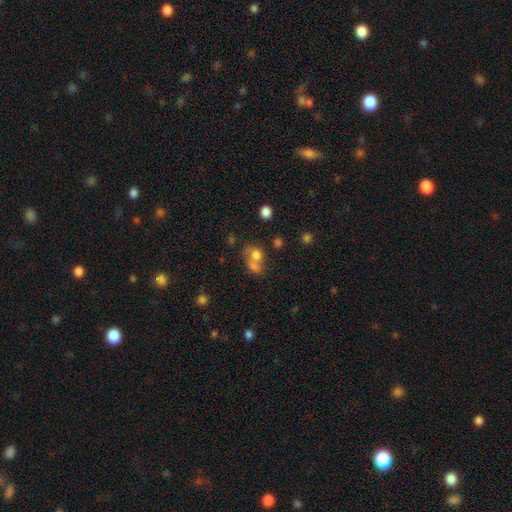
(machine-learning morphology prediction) smooth_or_featured: smooth (p=0.73) [alt: featured or disk p=0.14]
how_rounded: round (p=0.54) [alt: in between p=0.44]
merging: merger (p=0.53) [alt: none p=0.29]